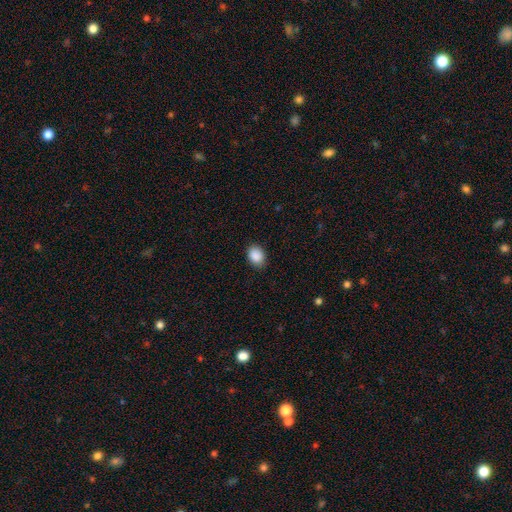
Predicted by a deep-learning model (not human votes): Smooth or featured: smooth — 90% (star or artifact — 8%)
How rounded: in between — 65% (round — 34%)
Merging: none — 86% (minor disturbance — 10%)